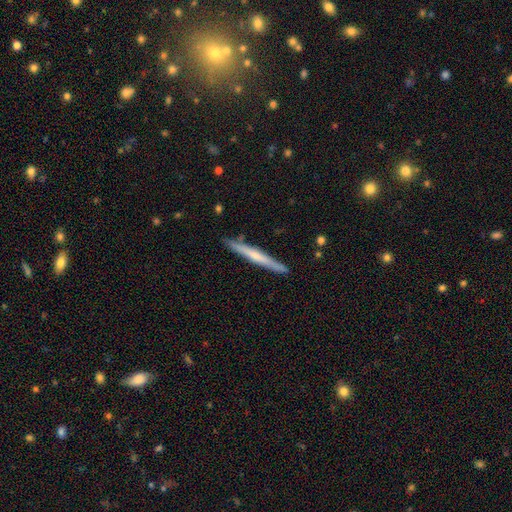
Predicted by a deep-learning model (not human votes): This appears to be a featured or disk galaxy (50%) viewed edge-on (96%). Merging: none (89%).